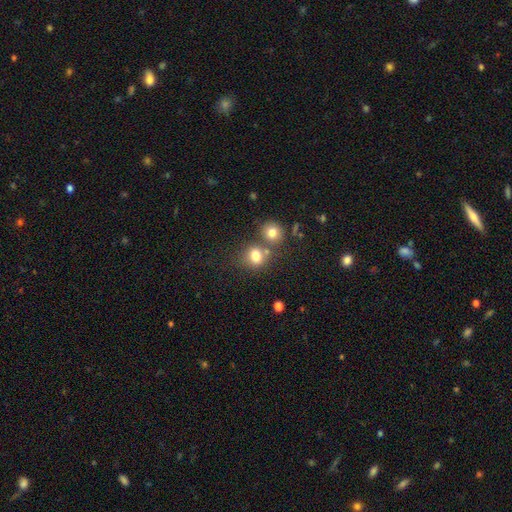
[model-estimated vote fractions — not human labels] Overall: smooth (77%). How rounded: round (64%; in between 34%). Merging: none (50%; merger 35%).